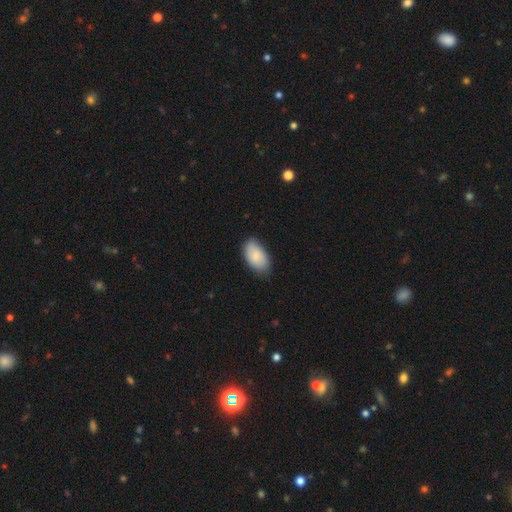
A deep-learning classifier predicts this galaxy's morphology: Smooth or featured?
  - smooth: 85% *
  - featured or disk: 9%
  - star or artifact: 6%
How rounded?
  - in between: 95% *
  - round: 3%
  - cigar-shaped: 2%
Merging?
  - none: 73% *
  - minor disturbance: 23%
  - major disturbance: 3%
  - merger: 1%